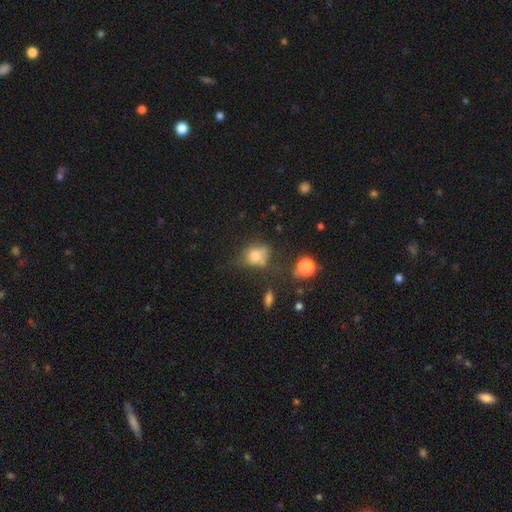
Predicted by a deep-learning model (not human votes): Q: Smooth or featured?
A: smooth (71%); runner-up: featured or disk (15%)
Q: How rounded?
A: in between (54%); runner-up: round (44%)
Q: Merging?
A: none (47%); runner-up: minor disturbance (27%)